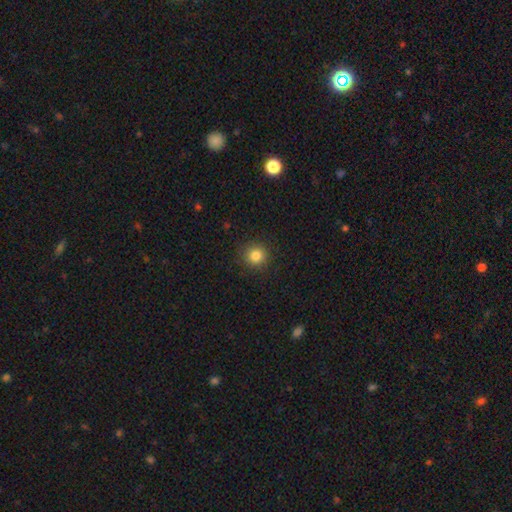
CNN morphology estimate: The model was most divided on "smooth or featured": smooth: 83%, star or artifact: 12%, featured or disk: 5%. More confident: how rounded — round (93%); merging — none (91%).